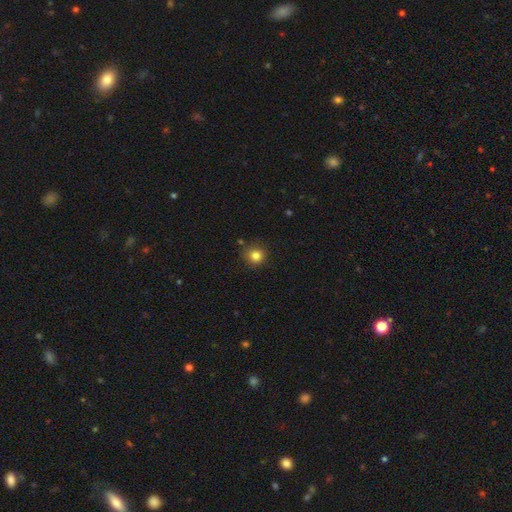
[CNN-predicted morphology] Smooth or featured?
  - smooth: 82% *
  - star or artifact: 12%
  - featured or disk: 6%
How rounded?
  - round: 92% *
  - in between: 7%
  - cigar-shaped: 1%
Merging?
  - none: 84% *
  - minor disturbance: 11%
  - merger: 3%
  - major disturbance: 3%